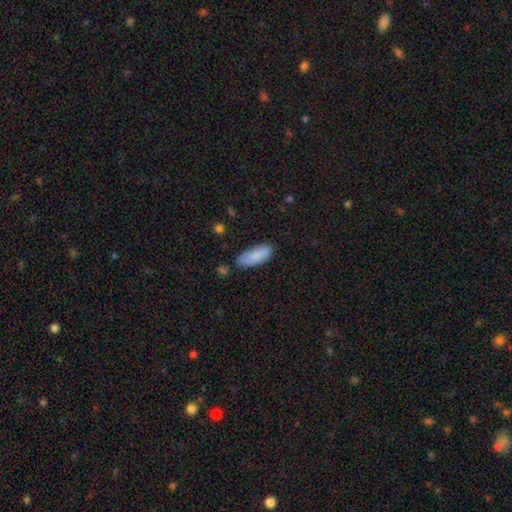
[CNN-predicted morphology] This appears to be a smooth galaxy with no disk features (83%) that is in between round and cigar-shaped (81%). Merging: none (72%).